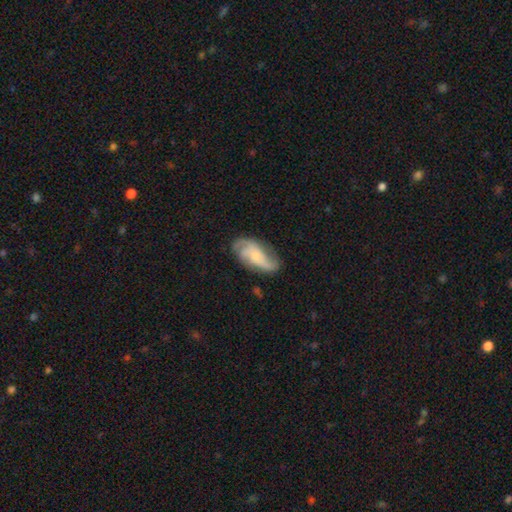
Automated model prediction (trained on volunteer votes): Smooth or featured? Predicted: featured or disk (p=0.74). Edge-on disk? Predicted: no (p=0.96). Bar? Predicted: no (p=0.64). Spiral arms? Predicted: yes (p=0.94). Spiral winding? Predicted: medium (p=0.45). Spiral arm count? Predicted: 3 (p=0.38). Bulge size? Predicted: small (p=0.56). Merging? Predicted: none (p=0.68).